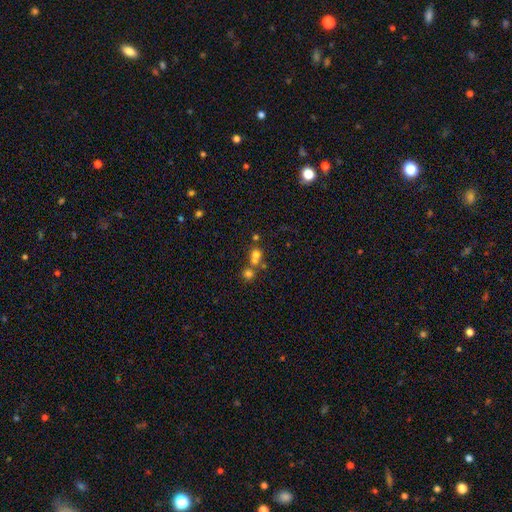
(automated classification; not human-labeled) Morphology: type=smooth (68%); roundness=round (72%); merging=merger (53%).